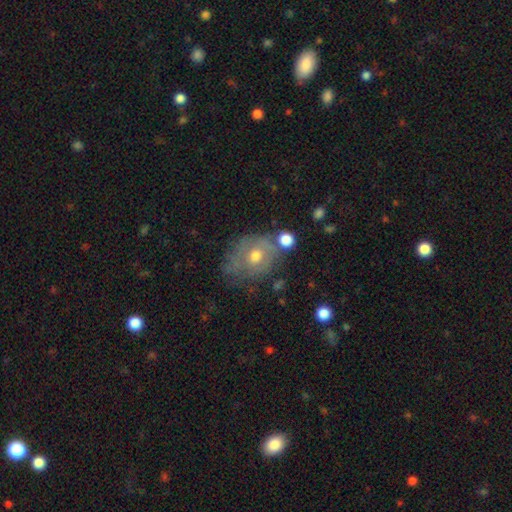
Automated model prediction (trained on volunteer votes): Smooth or featured? Predicted: featured or disk (p=0.47). Merging? Predicted: none (p=0.50).